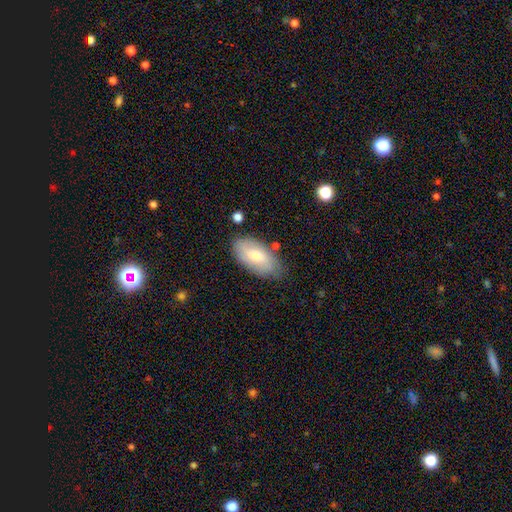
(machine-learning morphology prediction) smooth 69%, featured or disk 24%, star or artifact 6%. Down the decision tree: how rounded — in between (94%); merging — none (73%).